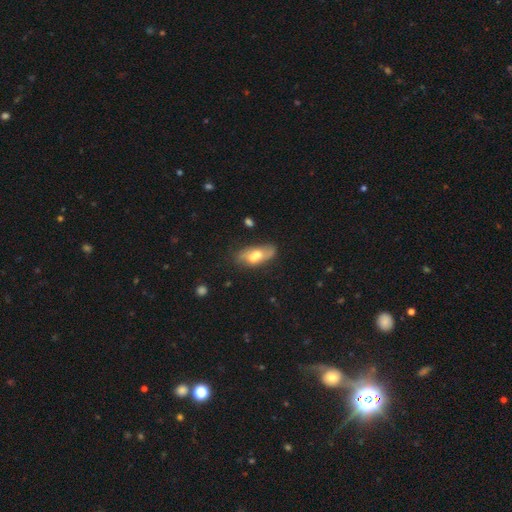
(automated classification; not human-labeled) smooth-or-featured: smooth: 54% | featured or disk: 38% | star or artifact: 8%
  how-rounded: in between: 79% | cigar-shaped: 13% | round: 8%
  merging: merger: 44% | none: 33% | minor disturbance: 15% | major disturbance: 8%